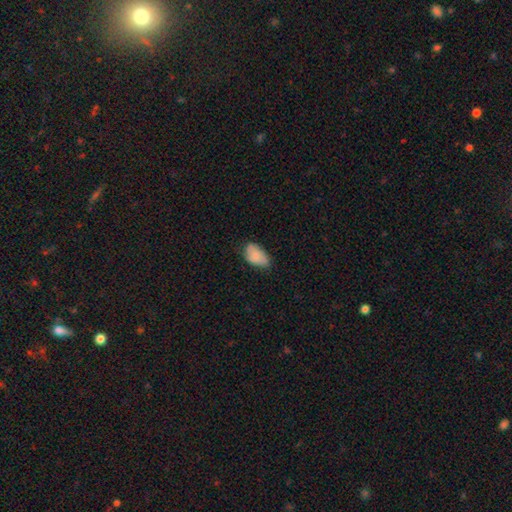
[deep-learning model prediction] This appears to be a smooth galaxy with no disk features (84%) that is in between round and cigar-shaped (93%). Merging: none (61%).